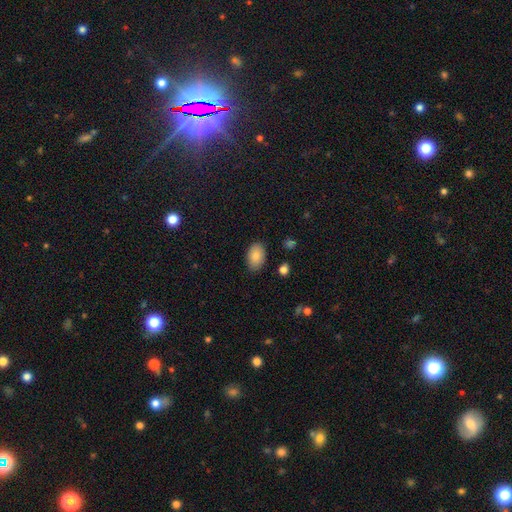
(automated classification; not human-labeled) A smooth galaxy with no disk features (84%) that is in between round and cigar-shaped (89%). Merging: none (83%).